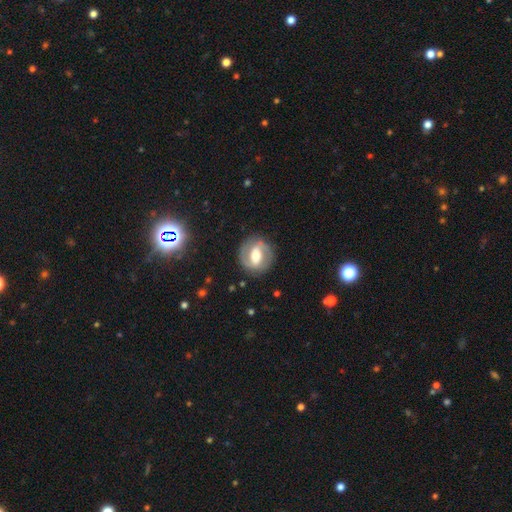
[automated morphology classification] featured or disk 74%, smooth 21%, star or artifact 6%. Down the decision tree: edge-on disk — no (97%); bar — strong (42%); spiral arms — yes (82%); spiral arm count — 2 (88%); spiral winding — medium (45%); bulge size — moderate (65%); merging — none (84%).